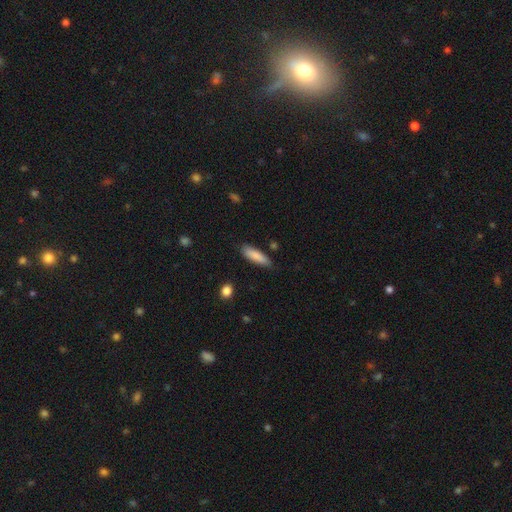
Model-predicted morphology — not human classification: Smooth or featured? Predicted: smooth (p=0.85). How rounded? Predicted: cigar-shaped (p=0.63). Merging? Predicted: none (p=0.80).